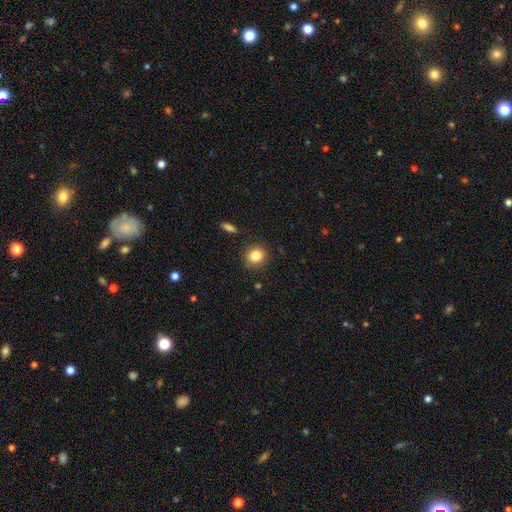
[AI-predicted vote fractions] Overall: smooth (83%). How rounded: round (82%). Merging: none (87%).